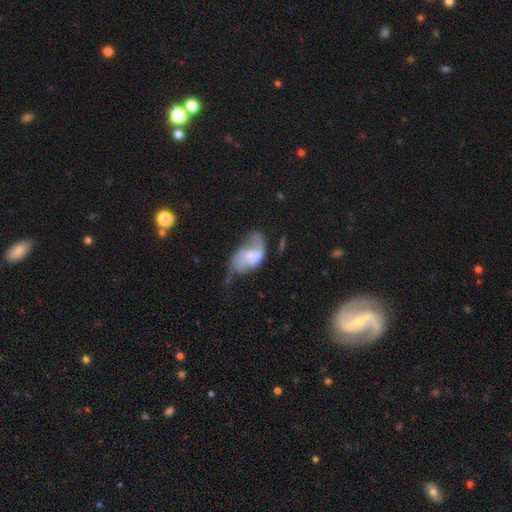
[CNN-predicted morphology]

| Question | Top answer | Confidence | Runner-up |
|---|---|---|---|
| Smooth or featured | featured or disk | 57% | smooth (35%) |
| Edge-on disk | no | 96% | yes (4%) |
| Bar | no | 73% | weak (22%) |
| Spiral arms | yes | 52% | no (48%) |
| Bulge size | moderate | 38% | small (33%) |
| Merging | major disturbance | 43% | merger (25%) |